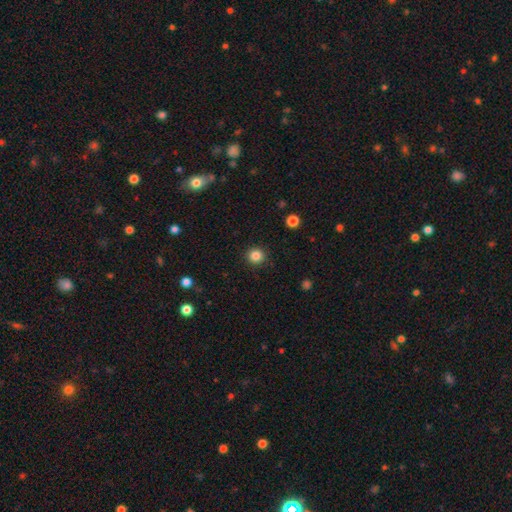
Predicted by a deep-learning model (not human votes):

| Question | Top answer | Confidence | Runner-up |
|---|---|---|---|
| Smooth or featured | smooth | 85% | star or artifact (11%) |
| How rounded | round | 93% | in between (6%) |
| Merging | none | 91% | minor disturbance (6%) |